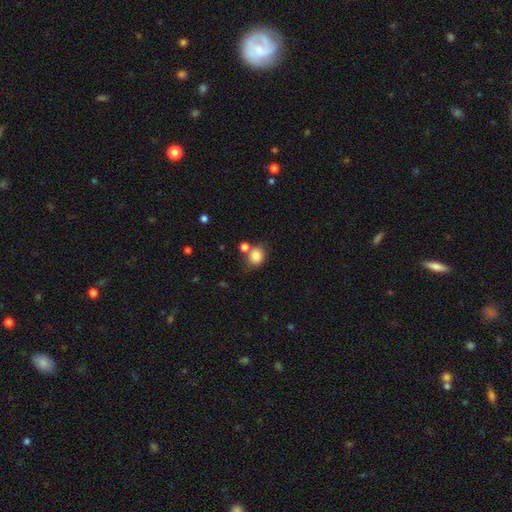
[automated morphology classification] A smooth galaxy with no disk features (83%) that is round (71%).

Vote fractions:
- Smooth or featured? smooth: 83% / star or artifact: 10% / featured or disk: 7%
- How rounded? round: 71% / in between: 28% / cigar-shaped: 1%
- Merging? none: 62% / merger: 21% / minor disturbance: 13% / major disturbance: 4%